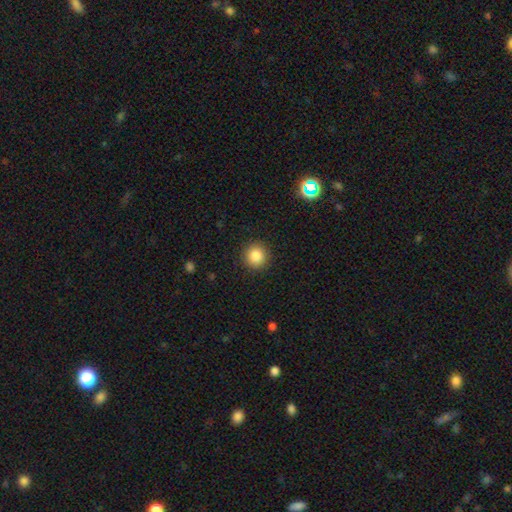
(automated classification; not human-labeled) Smooth or featured: smooth — 86% (star or artifact — 10%)
How rounded: round — 93% (in between — 6%)
Merging: none — 91% (minor disturbance — 6%)